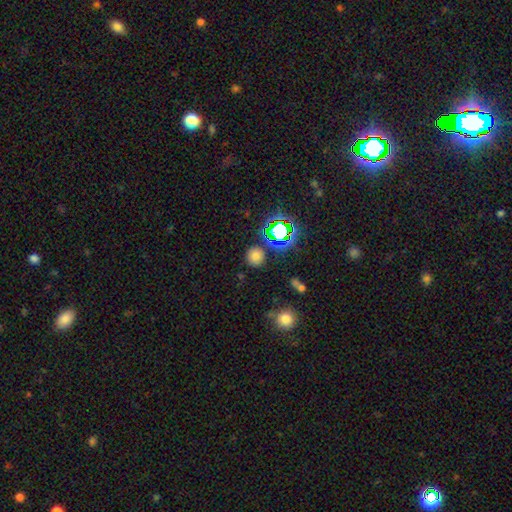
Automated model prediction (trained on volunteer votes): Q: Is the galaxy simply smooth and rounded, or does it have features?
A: smooth — 71%.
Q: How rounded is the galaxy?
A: round — 91%.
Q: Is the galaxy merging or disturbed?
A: none — 85%.